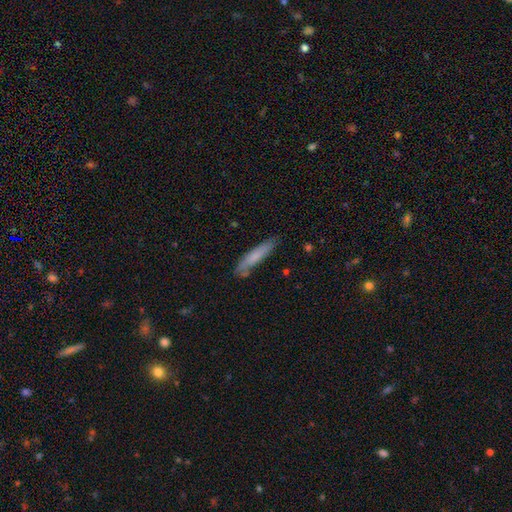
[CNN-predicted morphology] This appears to be a smooth galaxy with no disk features (74%) that is cigar-shaped (85%). Merging: none (72%).